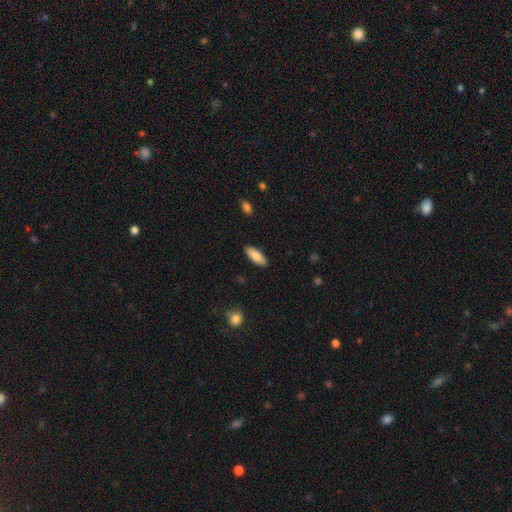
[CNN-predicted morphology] smooth_or_featured: smooth (p=0.86) [alt: featured or disk p=0.09]
how_rounded: in between (p=0.70) [alt: cigar-shaped p=0.28]
merging: none (p=0.89) [alt: minor disturbance p=0.08]